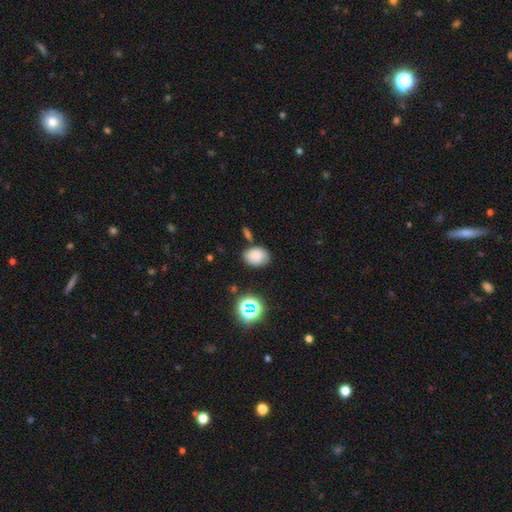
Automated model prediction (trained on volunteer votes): Q: Smooth or featured?
A: smooth (75%); runner-up: star or artifact (13%)
Q: How rounded?
A: in between (68%); runner-up: round (31%)
Q: Merging?
A: none (71%); runner-up: minor disturbance (19%)